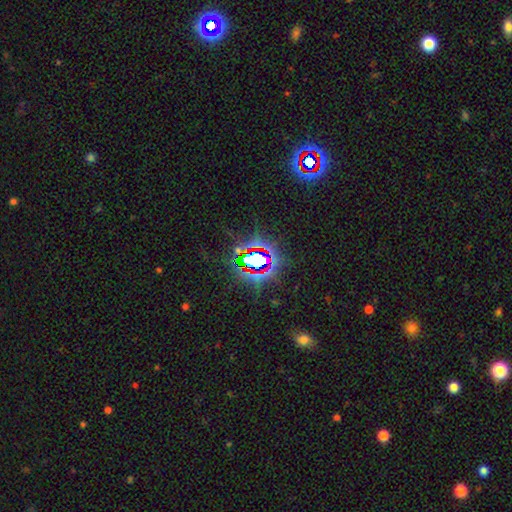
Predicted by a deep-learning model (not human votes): smooth-or-featured: star or artifact: 81% | smooth: 10% | featured or disk: 9%